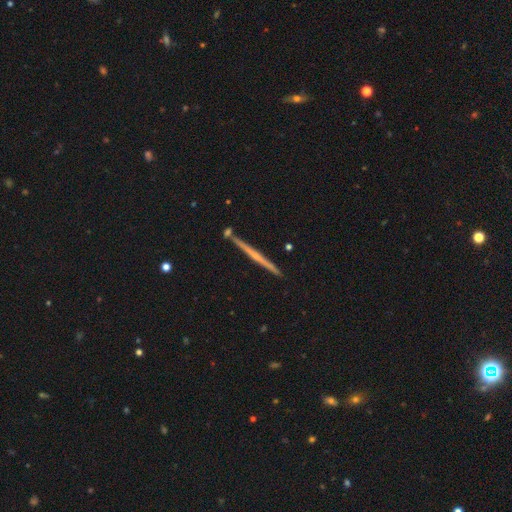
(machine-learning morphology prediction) Smooth or featured? Predicted: featured or disk (p=0.70). Edge-on disk? Predicted: yes (p=0.98). Edge-on bulge? Predicted: none (p=0.58). Merging? Predicted: none (p=0.87).